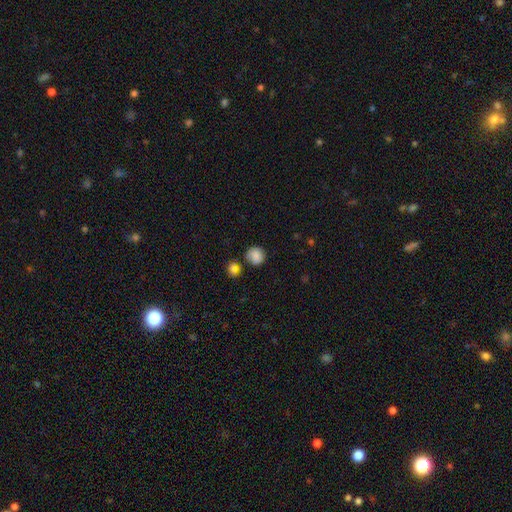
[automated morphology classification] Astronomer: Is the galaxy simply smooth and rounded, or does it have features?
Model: smooth — 83%.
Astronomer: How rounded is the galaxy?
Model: round — 84%.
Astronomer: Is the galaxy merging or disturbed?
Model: none — 64%.